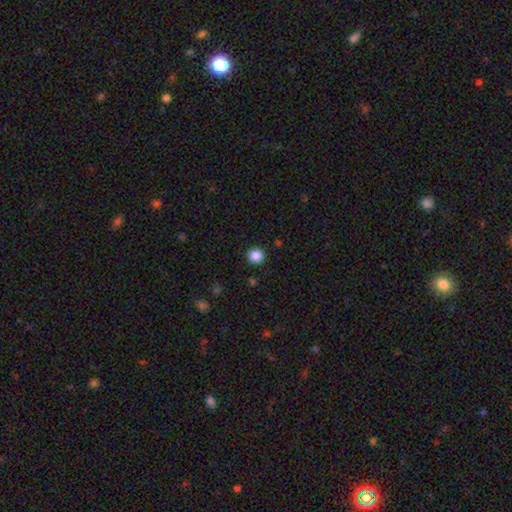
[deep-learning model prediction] A smooth galaxy with no disk features (86%) that is round (95%). Merging: none (92%).